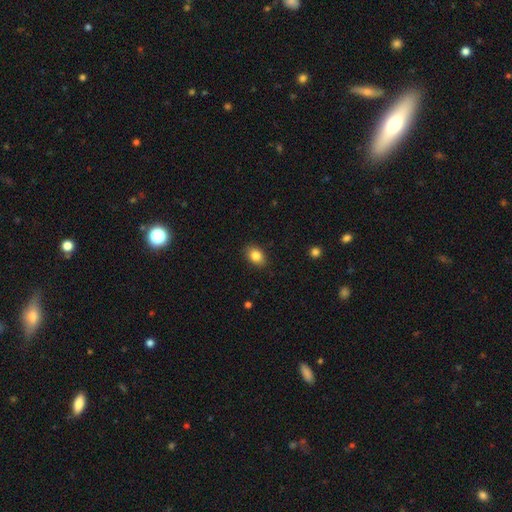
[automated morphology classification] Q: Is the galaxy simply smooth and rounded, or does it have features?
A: smooth — 84%.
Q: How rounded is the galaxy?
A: in between — 72%.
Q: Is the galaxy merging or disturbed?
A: none — 87%.